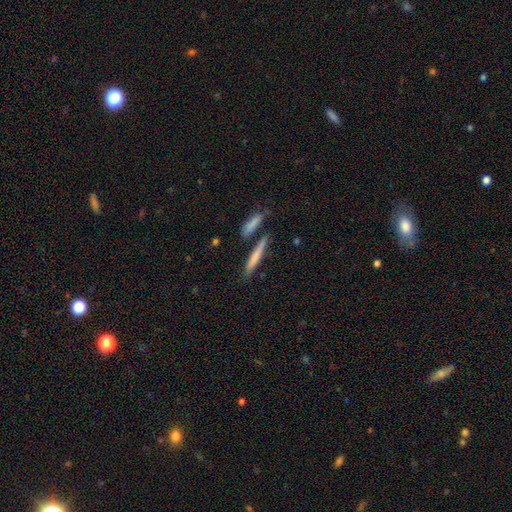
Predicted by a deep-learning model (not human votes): Smooth or featured? smooth (67%)
How rounded? cigar-shaped (92%)
Merging? none (73%)